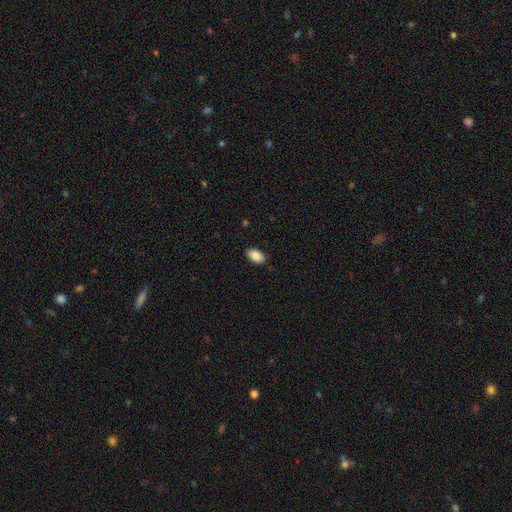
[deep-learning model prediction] This appears to be a smooth galaxy with no disk features (89%) that is in between round and cigar-shaped (94%). Merging: none (87%).